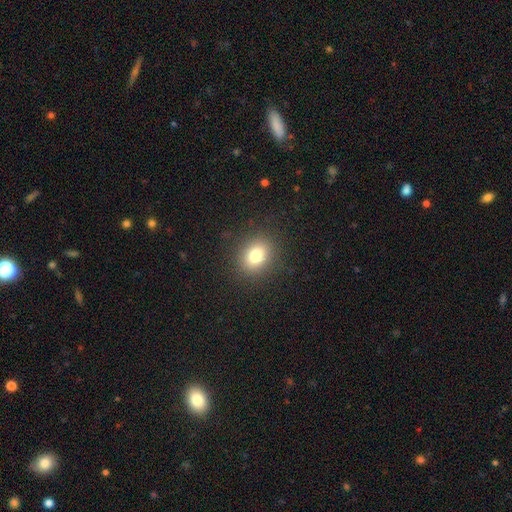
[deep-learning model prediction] Overall: smooth (79%). How rounded: round (51%; in between 48%). Merging: none (87%).